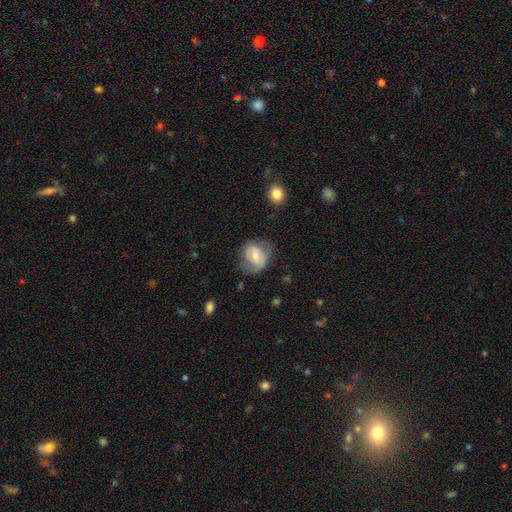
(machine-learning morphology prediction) This is possibly a featured or disk galaxy (52%). It is clearly not viewed edge-on (97%). Bar: marginally weak (42%, tied with no). Spiral arm pattern: likely yes (68%). Central bulge: possibly moderate (48%). Merging: possibly none (53%).